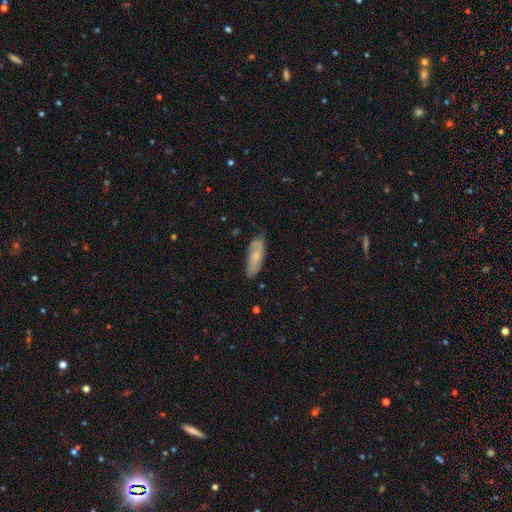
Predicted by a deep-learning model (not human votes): The model was most divided on "how rounded": in between: 57%, cigar-shaped: 41%, round: 2%. More confident: merging — none (79%); smooth or featured — smooth (62%).